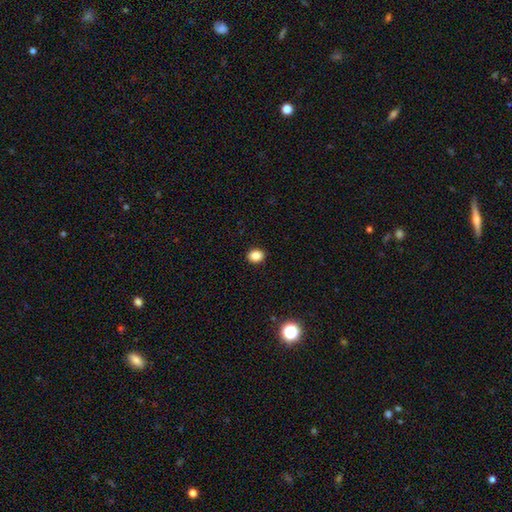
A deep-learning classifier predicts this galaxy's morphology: type=smooth (87%); roundness=round (57%); merging=none (91%).